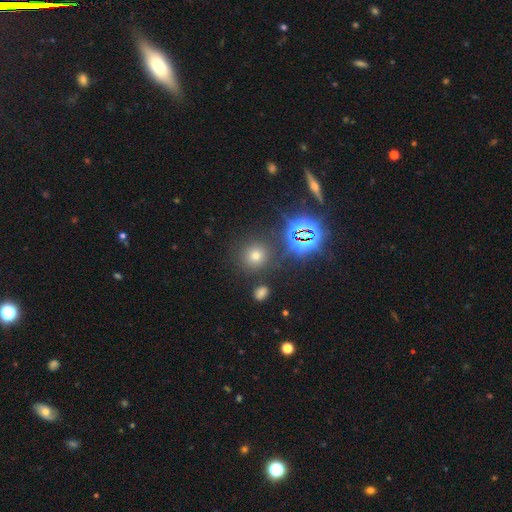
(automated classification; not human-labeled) This appears to be a smooth galaxy with no disk features (58%) that is round (90%). Merging: none (84%).